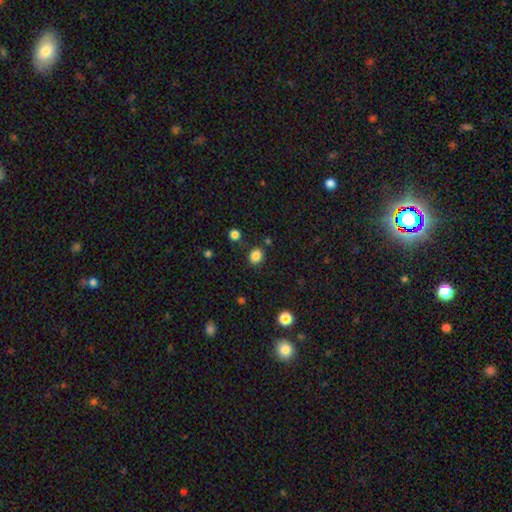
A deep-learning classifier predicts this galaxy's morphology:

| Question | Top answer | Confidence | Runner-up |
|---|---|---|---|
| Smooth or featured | smooth | 85% | star or artifact (12%) |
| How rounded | round | 64% | in between (36%) |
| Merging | none | 83% | minor disturbance (10%) |